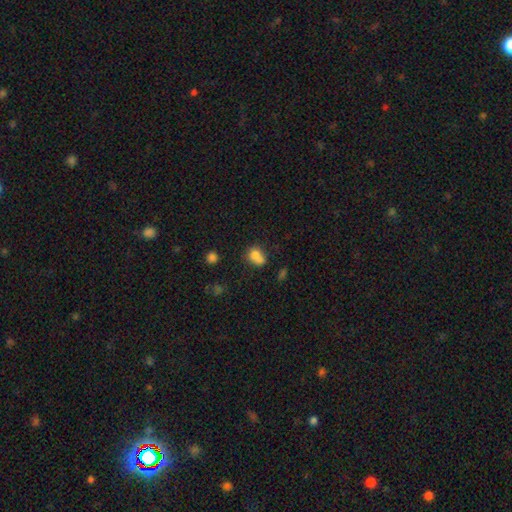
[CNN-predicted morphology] Overall: smooth (75%). How rounded: round (55%; in between 44%). Merging: merger (42%; none 34%).